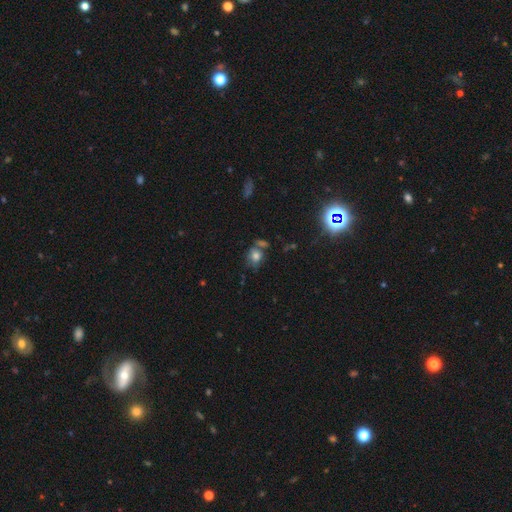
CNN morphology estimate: The model was most divided on "how rounded": round: 51%, in between: 47%, cigar-shaped: 2%. More confident: smooth or featured — smooth (72%); merging — none (52%).